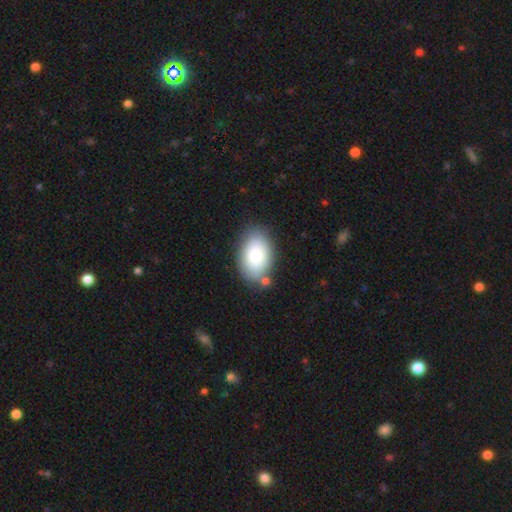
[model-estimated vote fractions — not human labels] The model was most divided on "merging": none: 75%, minor disturbance: 14%, merger: 7%, major disturbance: 4%. More confident: how rounded — in between (90%); smooth or featured — smooth (82%).